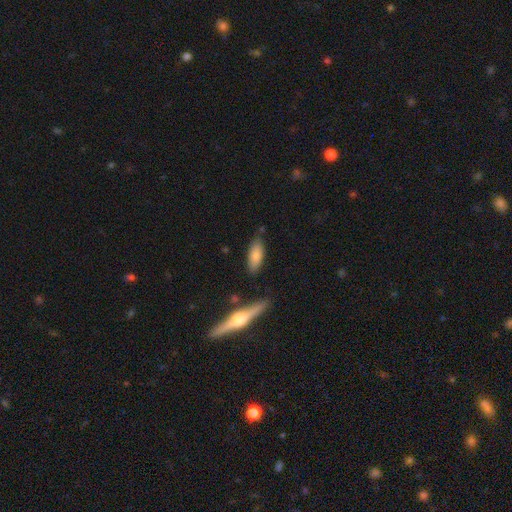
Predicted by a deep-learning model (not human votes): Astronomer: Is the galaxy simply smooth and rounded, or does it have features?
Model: smooth — 78%.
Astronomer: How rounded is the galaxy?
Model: in between — 72%.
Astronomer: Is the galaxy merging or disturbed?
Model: none — 76%.